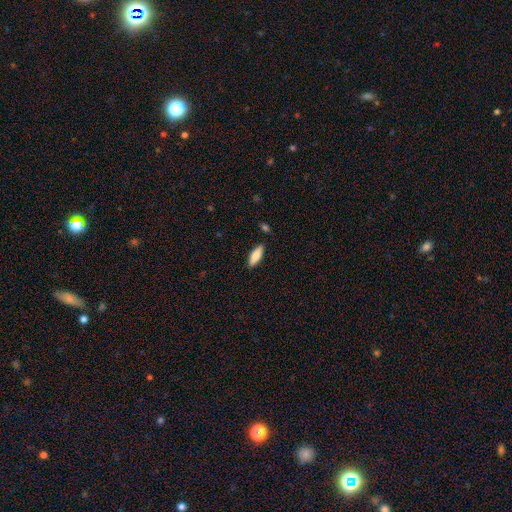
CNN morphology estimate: Q: Smooth or featured?
A: smooth (79%); runner-up: featured or disk (16%)
Q: How rounded?
A: in between (62%); runner-up: cigar-shaped (37%)
Q: Merging?
A: none (87%); runner-up: minor disturbance (9%)